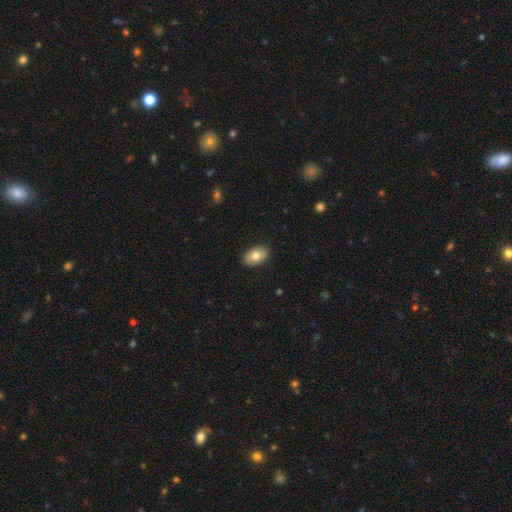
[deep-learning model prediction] This appears to be a smooth galaxy with no disk features (77%) that is in between round and cigar-shaped (91%). Merging: none (89%).